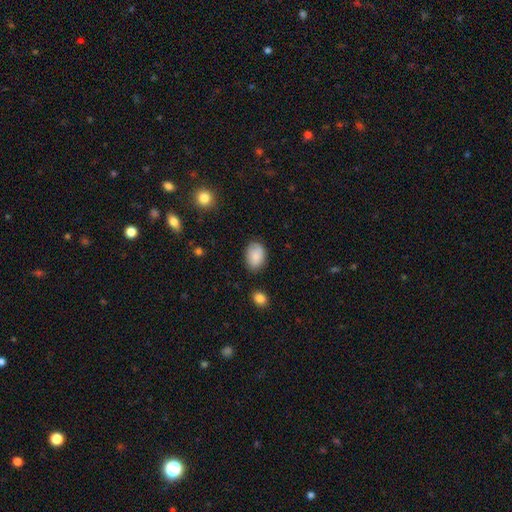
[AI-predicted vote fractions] This appears to be a smooth galaxy with no disk features (84%) that is in between round and cigar-shaped (80%). Merging: none (77%).